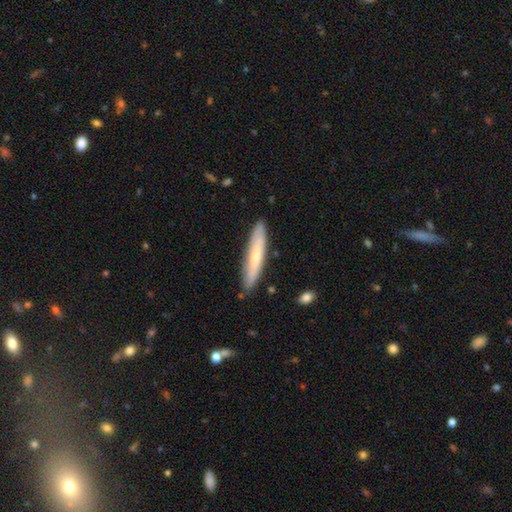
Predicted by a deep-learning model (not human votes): Smooth or featured?
  - smooth: 58% *
  - featured or disk: 36%
  - star or artifact: 5%
How rounded?
  - cigar-shaped: 90% *
  - in between: 9%
  - round: 1%
Merging?
  - none: 87% *
  - minor disturbance: 10%
  - major disturbance: 2%
  - merger: 1%